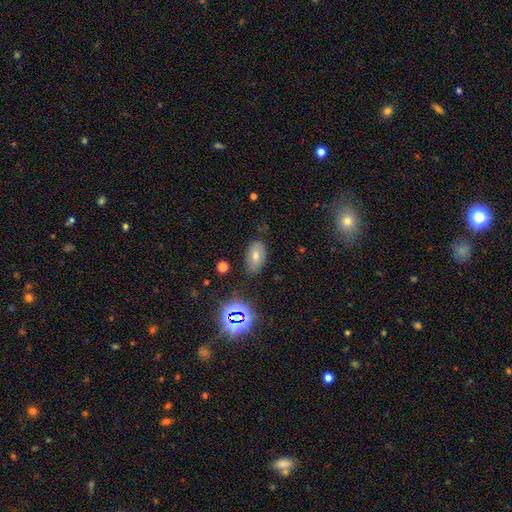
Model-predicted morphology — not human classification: smooth_or_featured: smooth (p=0.56) [alt: star or artifact p=0.24]
how_rounded: in between (p=0.90) [alt: round p=0.08]
merging: none (p=0.77) [alt: minor disturbance p=0.17]